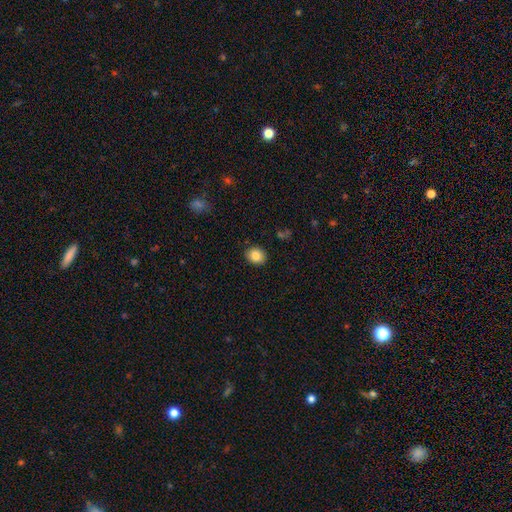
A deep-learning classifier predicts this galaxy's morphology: This appears to be a smooth galaxy with no disk features (85%) that is round (57%). Merging: none (88%).